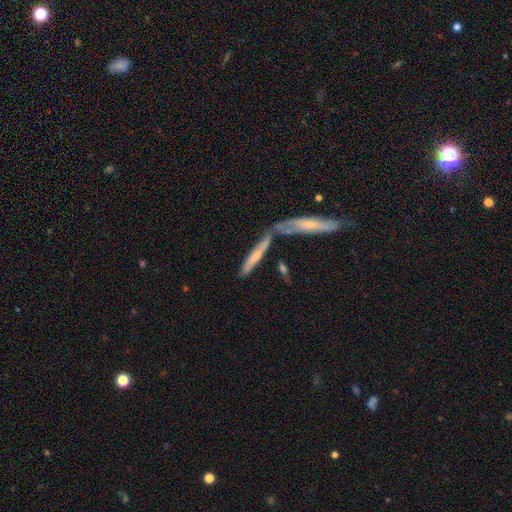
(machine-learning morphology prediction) type=smooth (53%); roundness=cigar-shaped (88%); merging=none (50%).